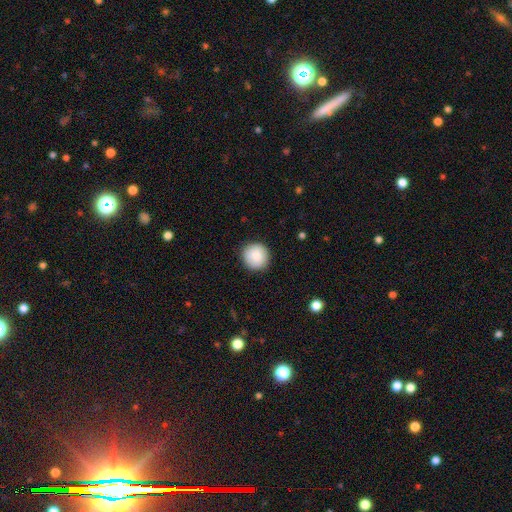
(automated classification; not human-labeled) The model was most divided on "smooth or featured": smooth: 86%, star or artifact: 7%, featured or disk: 6%. More confident: how rounded — round (94%); merging — none (90%).